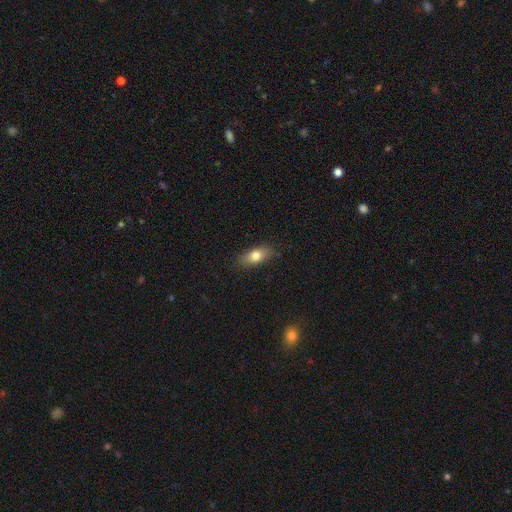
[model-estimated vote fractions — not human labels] This appears to be a smooth galaxy with no disk features (77%) that is in between round and cigar-shaped (81%). Merging: none (83%).